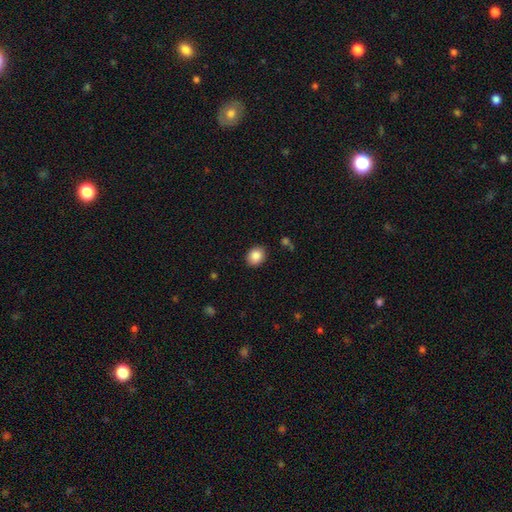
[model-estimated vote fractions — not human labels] Q: Smooth or featured?
A: smooth (86%); runner-up: star or artifact (9%)
Q: How rounded?
A: round (58%); runner-up: in between (41%)
Q: Merging?
A: none (88%); runner-up: minor disturbance (8%)